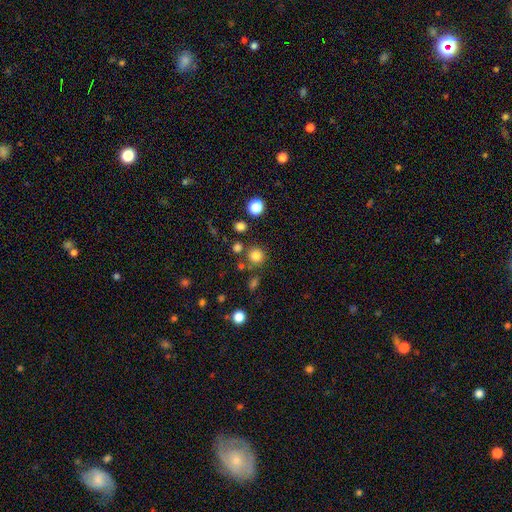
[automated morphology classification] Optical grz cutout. It shows a smooth galaxy with no disk features (81%) that is round (92%). Merging: none (79%).